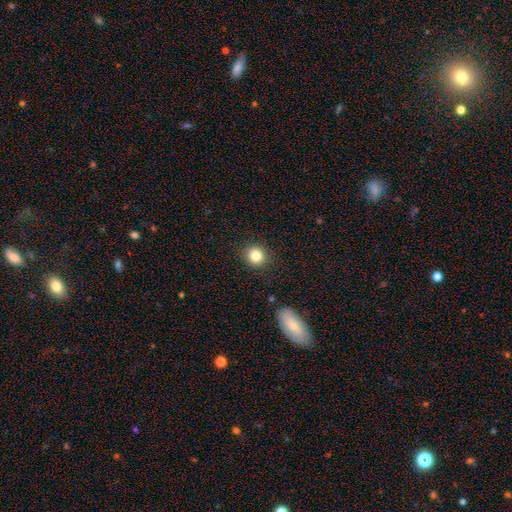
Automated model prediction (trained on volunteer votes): smooth_or_featured: smooth (p=0.83) [alt: star or artifact p=0.11]
how_rounded: round (p=0.88) [alt: in between p=0.11]
merging: none (p=0.89) [alt: minor disturbance p=0.07]